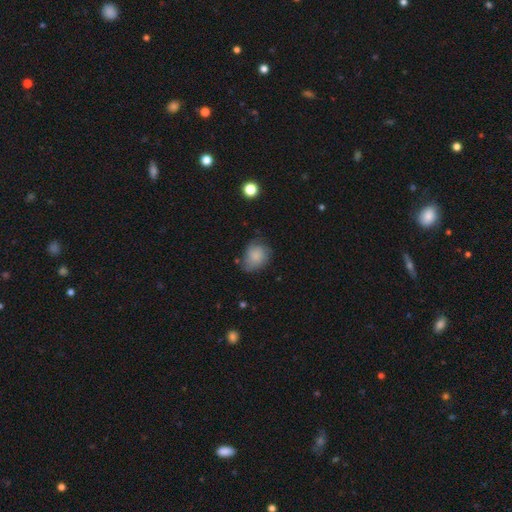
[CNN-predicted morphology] A smooth galaxy with no disk features (78%) that is round (51%).

Vote fractions:
- Smooth or featured? smooth: 78% / featured or disk: 13% / star or artifact: 9%
- How rounded? round: 51% / in between: 48% / cigar-shaped: 1%
- Merging? none: 53% / minor disturbance: 33% / major disturbance: 11% / merger: 3%